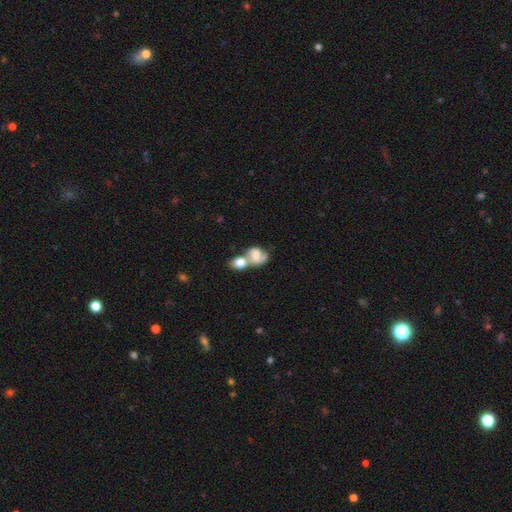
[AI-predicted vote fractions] A smooth galaxy with no disk features (50%). Merging: merger (67%).